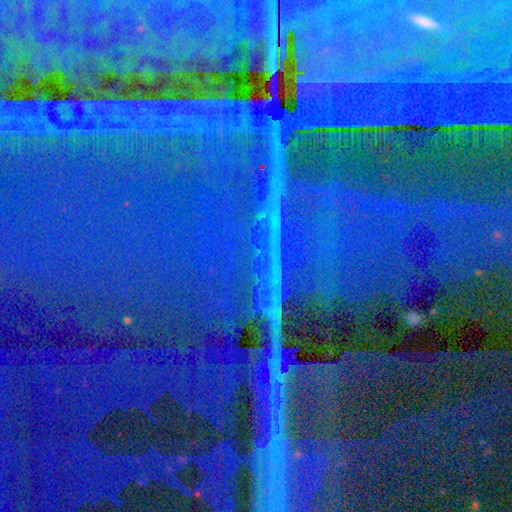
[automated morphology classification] smooth_or_featured: star or artifact (p=0.89) [alt: featured or disk p=0.06]